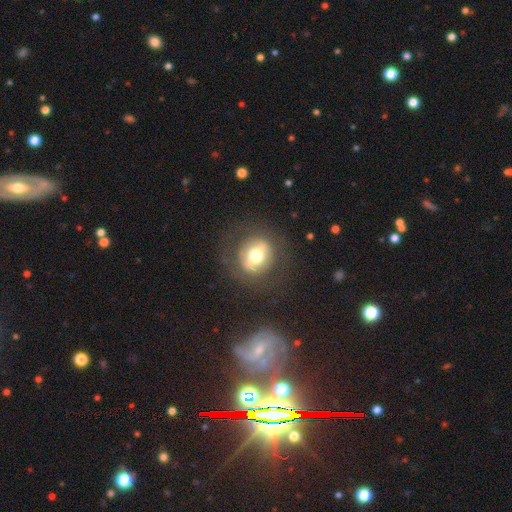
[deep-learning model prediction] Morphology: type=smooth (51%); roundness=round (85%); merging=none (79%).